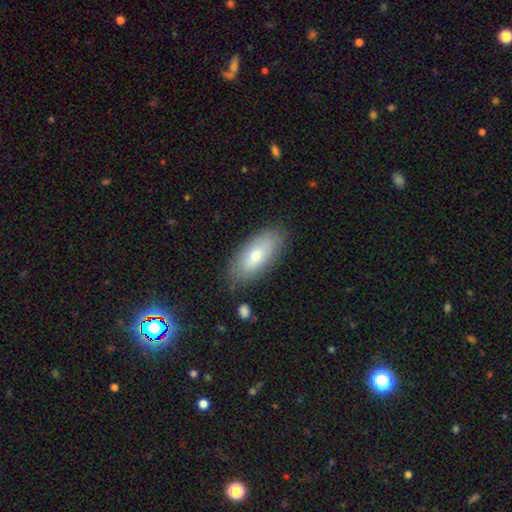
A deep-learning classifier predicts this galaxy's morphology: Overall: smooth (72%). How rounded: in between (86%). Merging: none (83%).